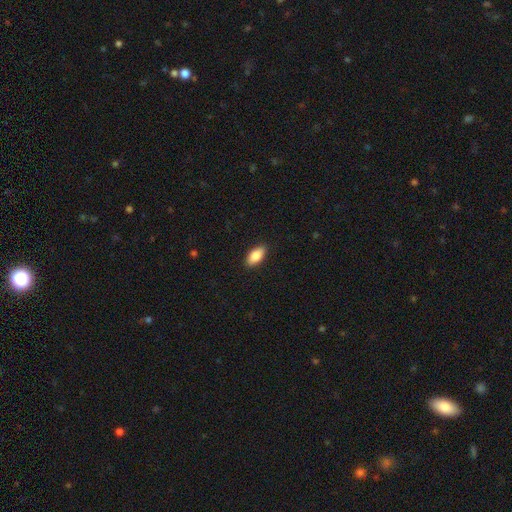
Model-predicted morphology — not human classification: The model was most divided on "smooth or featured": smooth: 85%, featured or disk: 8%, star or artifact: 7%. More confident: how rounded — in between (90%); merging — none (88%).